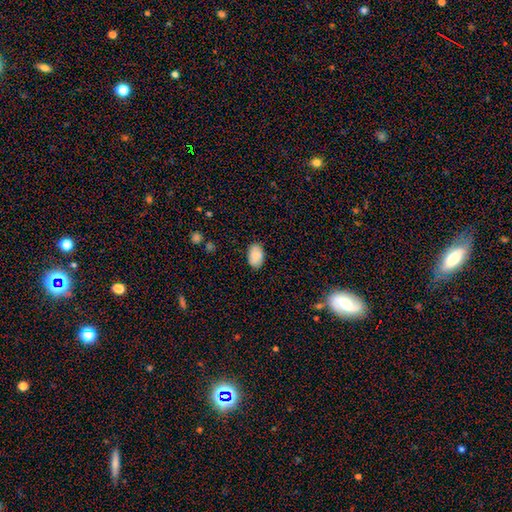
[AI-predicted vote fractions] This appears to be a smooth galaxy with no disk features (87%) that is in between round and cigar-shaped (90%). Merging: none (85%).